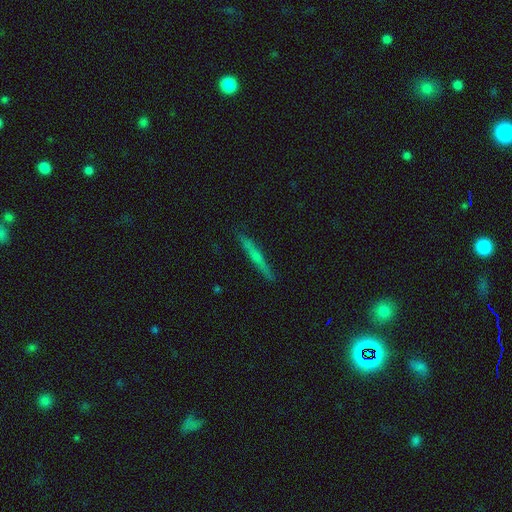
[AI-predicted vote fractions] A featured or disk galaxy (51%) viewed edge-on (96%). Merging: none (90%).